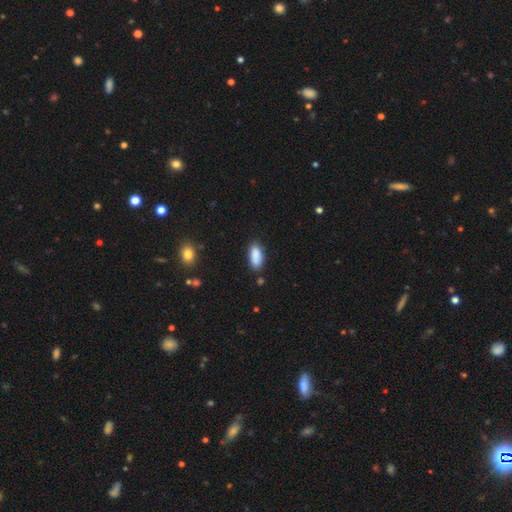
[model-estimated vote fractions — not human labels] The model was most divided on "merging": none: 80%, minor disturbance: 15%, major disturbance: 3%, merger: 3%. More confident: smooth or featured — smooth (89%); how rounded — in between (88%).